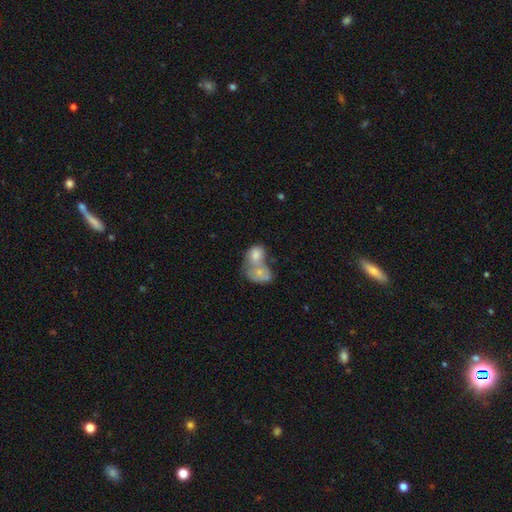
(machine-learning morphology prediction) smooth_or_featured: smooth (p=0.64) [alt: featured or disk p=0.25]
how_rounded: in between (p=0.55) [alt: round p=0.43]
merging: merger (p=0.72) [alt: none p=0.16]